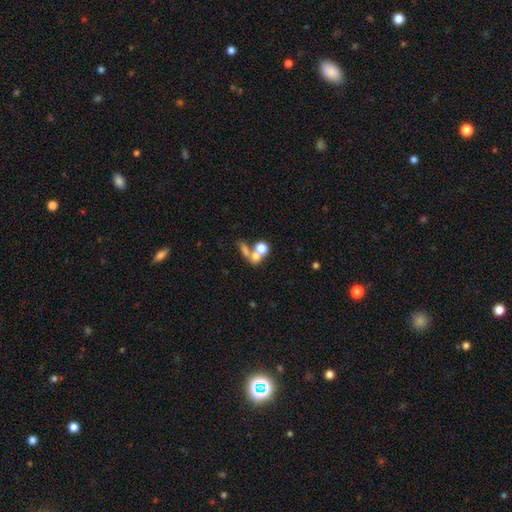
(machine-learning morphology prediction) Smooth or featured?
  - smooth: 62% *
  - featured or disk: 21%
  - star or artifact: 17%
How rounded?
  - round: 60% *
  - in between: 36%
  - cigar-shaped: 4%
Merging?
  - merger: 56% *
  - none: 30%
  - major disturbance: 8%
  - minor disturbance: 7%